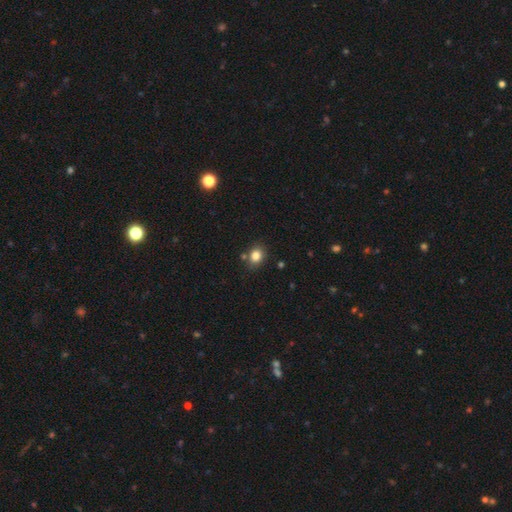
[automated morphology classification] Smooth or featured? smooth (83%)
How rounded? round (55%)
Merging? none (78%)